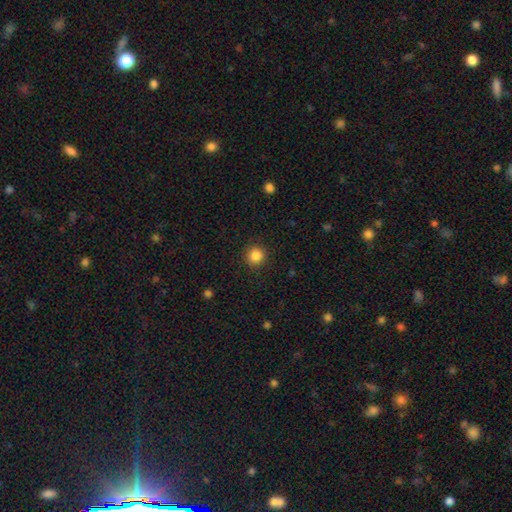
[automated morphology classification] smooth-or-featured: smooth: 85% | star or artifact: 11% | featured or disk: 4%
  how-rounded: round: 92% | in between: 7% | cigar-shaped: 1%
  merging: none: 90% | minor disturbance: 6% | major disturbance: 2% | merger: 1%